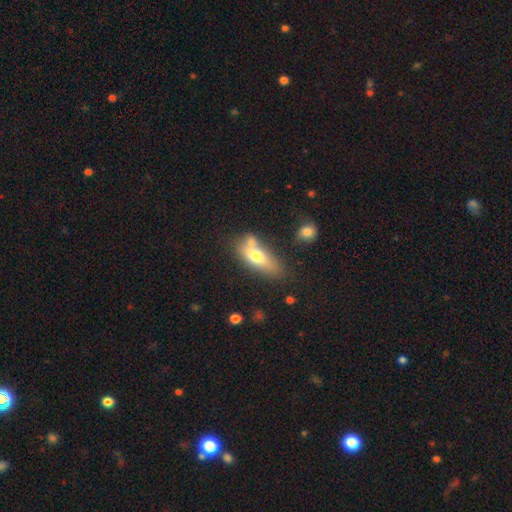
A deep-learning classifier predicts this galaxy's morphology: Overall: smooth (67%). How rounded: in between (72%). Merging: none (45%; merger 28%).